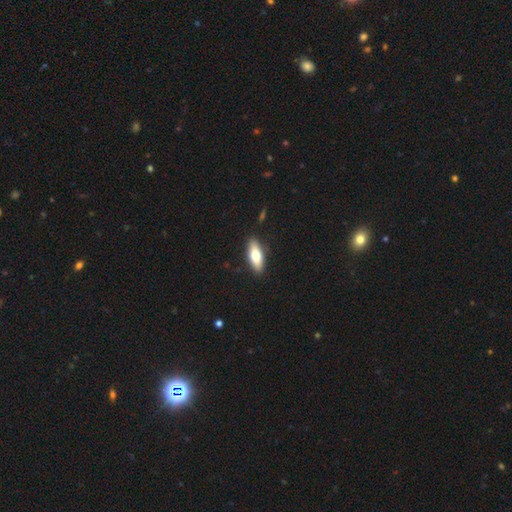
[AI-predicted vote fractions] Q: Smooth or featured?
A: smooth (67%); runner-up: featured or disk (27%)
Q: How rounded?
A: in between (67%); runner-up: cigar-shaped (31%)
Q: Merging?
A: none (88%); runner-up: minor disturbance (8%)